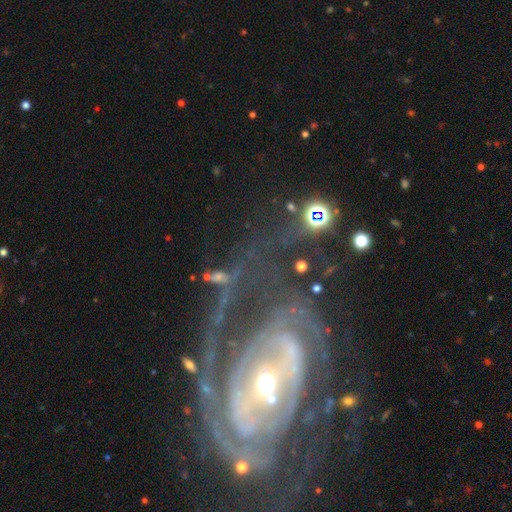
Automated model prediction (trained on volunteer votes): Q: Smooth or featured?
A: featured or disk (88%); runner-up: star or artifact (7%)
Q: Edge-on disk?
A: no (95%); runner-up: yes (5%)
Q: Bar?
A: no (46%); runner-up: weak (28%)
Q: Spiral arms?
A: yes (91%); runner-up: no (9%)
Q: Spiral winding?
A: tight (67%); runner-up: medium (25%)
Q: Spiral arm count?
A: can't tell (31%); runner-up: 2 (30%)
Q: Bulge size?
A: small (49%); runner-up: moderate (45%)
Q: Merging?
A: none (58%); runner-up: major disturbance (20%)